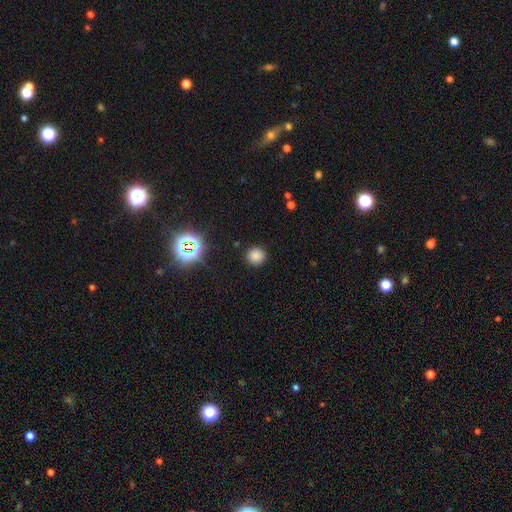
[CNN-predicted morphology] Q: Smooth or featured?
A: smooth (79%); runner-up: star or artifact (17%)
Q: How rounded?
A: round (91%); runner-up: in between (8%)
Q: Merging?
A: none (90%); runner-up: minor disturbance (6%)